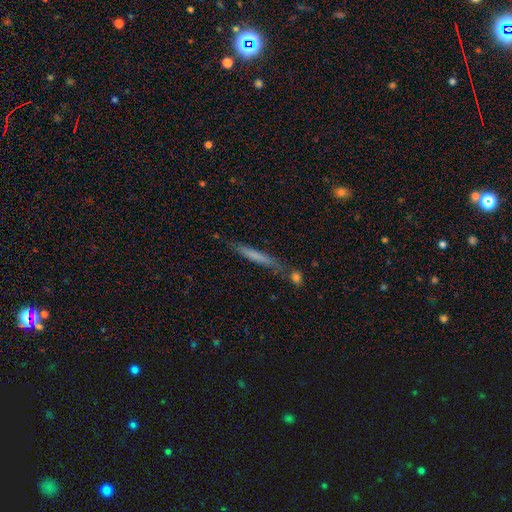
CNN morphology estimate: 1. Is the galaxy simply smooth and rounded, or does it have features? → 61% smooth, 31% featured or disk, 7% star or artifact.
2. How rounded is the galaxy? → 95% cigar-shaped, 4% in between, 1% round.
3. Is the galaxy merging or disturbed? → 74% none, 16% minor disturbance, 6% merger, 4% major disturbance.